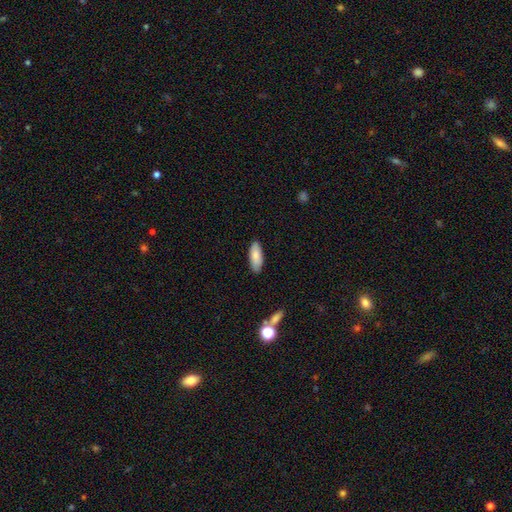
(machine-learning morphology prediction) This appears to be a smooth galaxy with no disk features (83%) that is in between round and cigar-shaped (76%). Merging: none (86%).